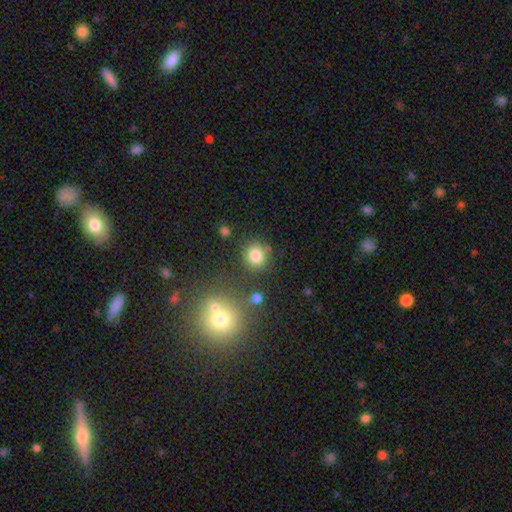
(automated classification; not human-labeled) Morphology: type=smooth (81%); roundness=round (86%); merging=none (80%).